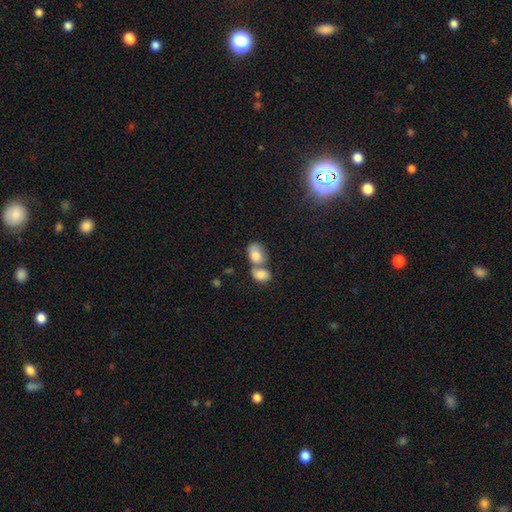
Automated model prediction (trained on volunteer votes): A smooth galaxy with no disk features (78%) that is in between round and cigar-shaped (76%). Merging: merger (66%).